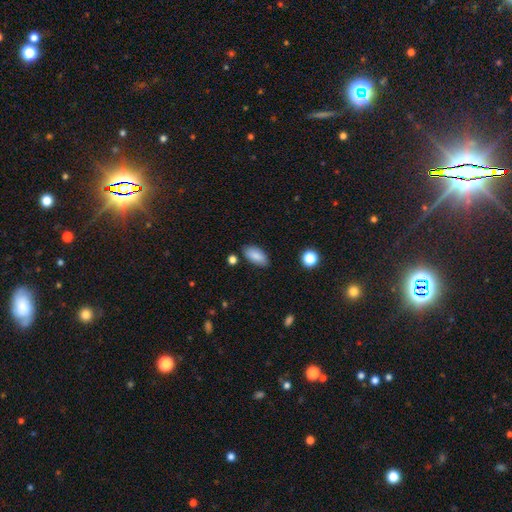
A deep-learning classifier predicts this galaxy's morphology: Smooth or featured? smooth (87%)
How rounded? in between (91%)
Merging? none (84%)